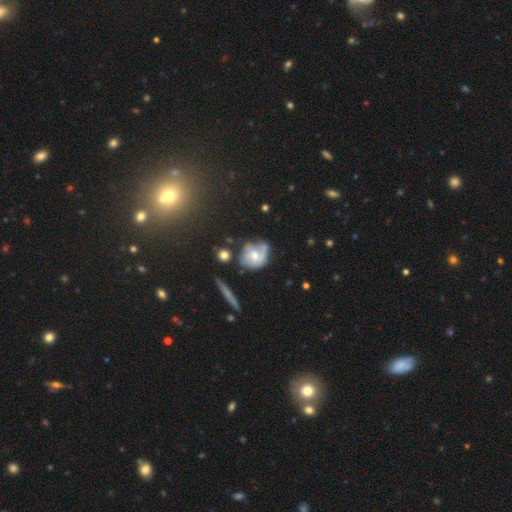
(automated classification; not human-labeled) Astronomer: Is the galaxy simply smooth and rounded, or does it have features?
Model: featured or disk — 54% (runner-up: smooth, 36%).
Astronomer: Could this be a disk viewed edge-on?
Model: no — 94%.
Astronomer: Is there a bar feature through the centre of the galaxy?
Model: no — 66%.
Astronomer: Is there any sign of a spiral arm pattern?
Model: yes — 67%.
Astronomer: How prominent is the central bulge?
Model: moderate — 57% (runner-up: small, 36%).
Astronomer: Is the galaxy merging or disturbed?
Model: none — 42% (runner-up: minor disturbance, 28%).